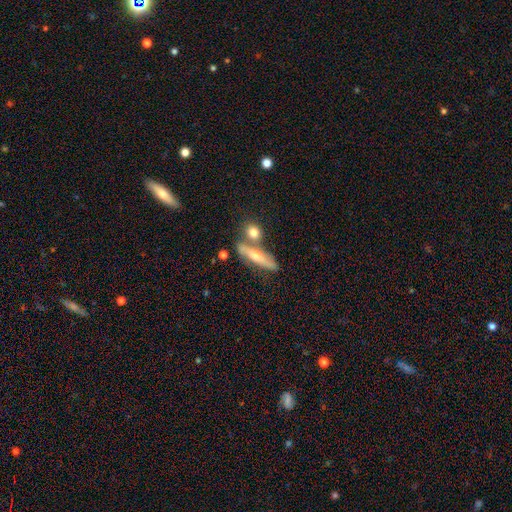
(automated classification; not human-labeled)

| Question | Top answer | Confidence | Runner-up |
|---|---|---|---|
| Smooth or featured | smooth | 50% | featured or disk (43%) |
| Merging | none | 57% | merger (23%) |